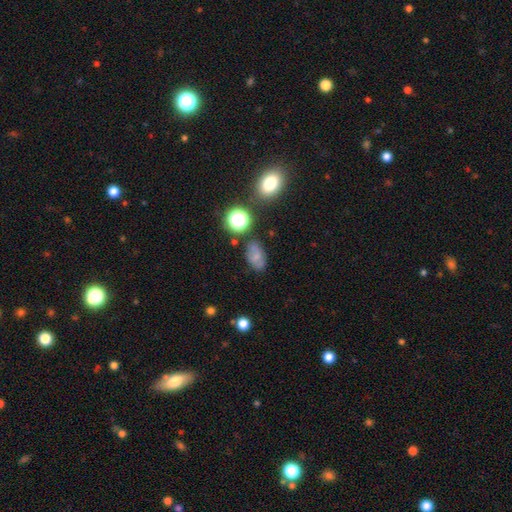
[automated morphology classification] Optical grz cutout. It shows a smooth galaxy with no disk features (61%) that is in between round and cigar-shaped (83%). Merging: none (70%).